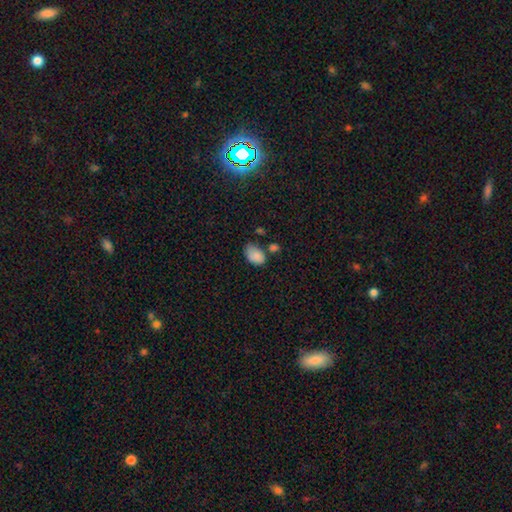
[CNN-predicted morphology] type=smooth (84%); roundness=in between (88%); merging=none (44%).